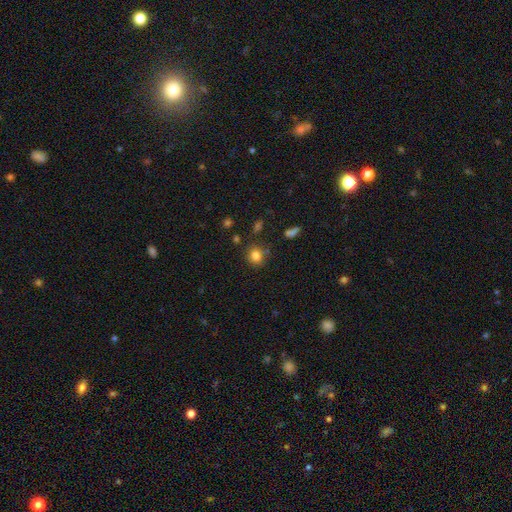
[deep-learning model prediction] A smooth galaxy with no disk features (81%) that is round (83%).

Vote fractions:
- Smooth or featured? smooth: 81% / star or artifact: 12% / featured or disk: 6%
- How rounded? round: 83% / in between: 15% / cigar-shaped: 1%
- Merging? none: 81% / minor disturbance: 11% / merger: 5% / major disturbance: 3%